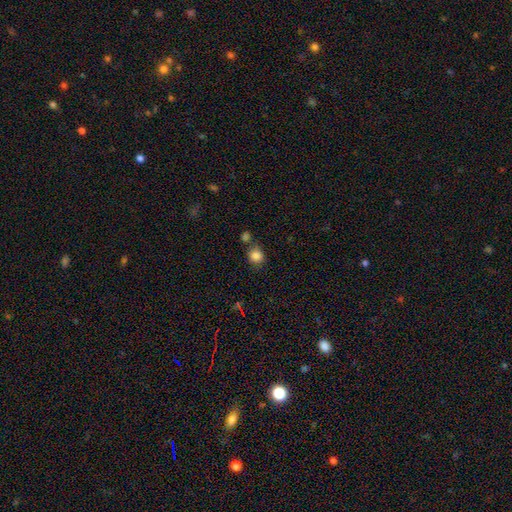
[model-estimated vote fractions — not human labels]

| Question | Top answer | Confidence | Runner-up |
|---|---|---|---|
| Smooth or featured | smooth | 85% | star or artifact (11%) |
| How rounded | round | 82% | in between (17%) |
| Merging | none | 66% | merger (18%) |